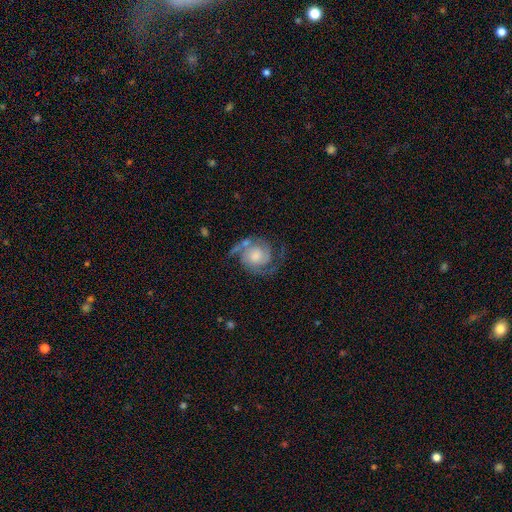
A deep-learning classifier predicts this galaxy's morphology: This is clearly a featured or disk galaxy (84%). It is clearly not viewed edge-on (98%). Bar: likely no (69%). Spiral arm pattern: clearly yes (97%). Spiral arm count: clearly 2 (90%). Spiral winding: possibly medium (48%). Central bulge: marginally moderate (36%). Merging: likely none (66%).